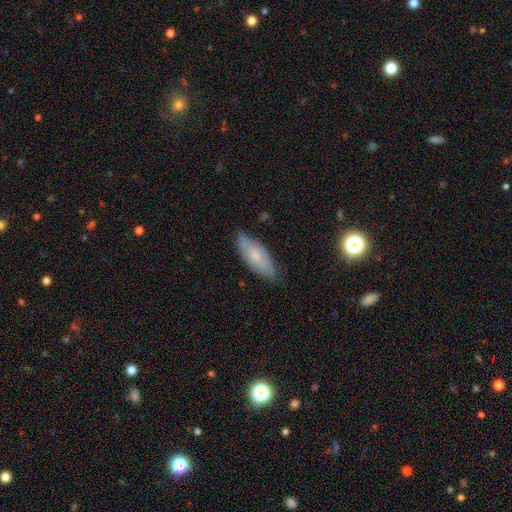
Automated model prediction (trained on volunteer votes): smooth 63%, featured or disk 29%, star or artifact 7%. Down the decision tree: how rounded — in between (72%); merging — none (75%).